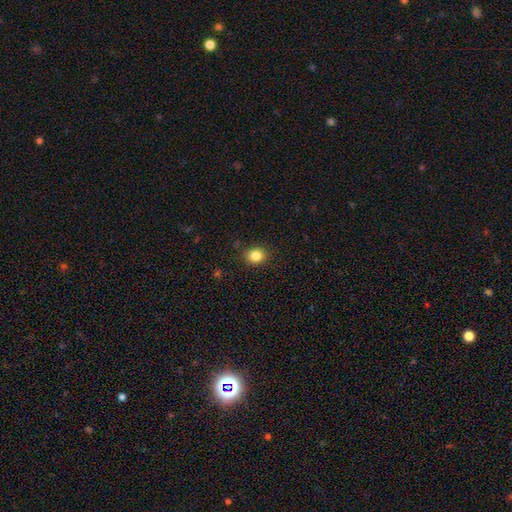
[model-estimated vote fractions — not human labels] This appears to be a smooth galaxy with no disk features (84%) that is round (65%). Merging: none (88%).